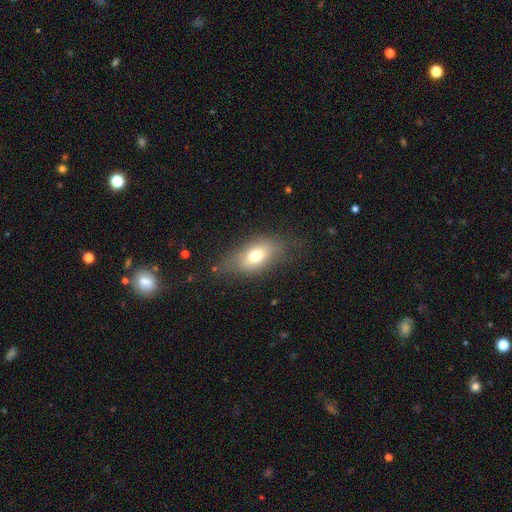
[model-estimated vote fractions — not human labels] The model was most divided on "merging": none: 69%, minor disturbance: 21%, major disturbance: 9%, merger: 2%. More confident: how rounded — in between (83%); smooth or featured — smooth (71%).